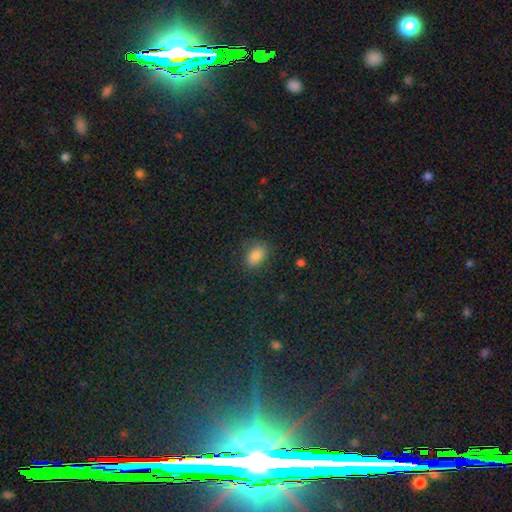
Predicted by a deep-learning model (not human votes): smooth-or-featured: smooth: 84% | star or artifact: 11% | featured or disk: 6%
  how-rounded: in between: 85% | round: 13% | cigar-shaped: 2%
  merging: none: 81% | minor disturbance: 14% | major disturbance: 4% | merger: 1%